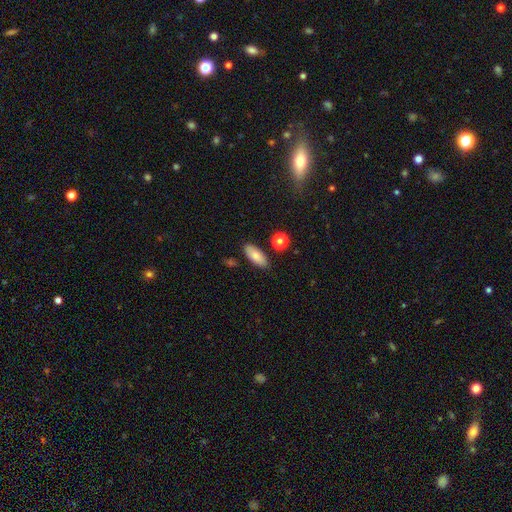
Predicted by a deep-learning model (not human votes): This is clearly a smooth galaxy (82%). How rounded: clearly in between (83%). Merging: clearly none (85%).